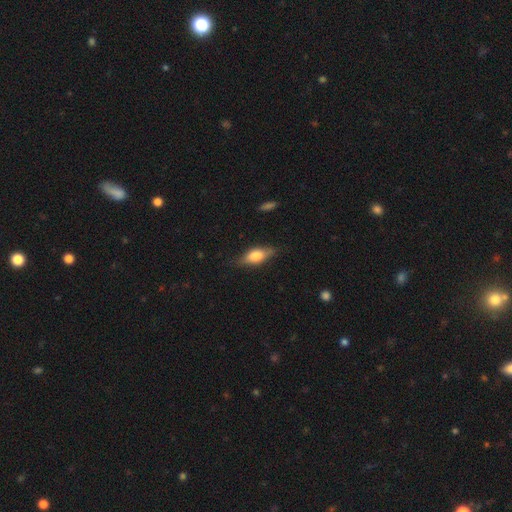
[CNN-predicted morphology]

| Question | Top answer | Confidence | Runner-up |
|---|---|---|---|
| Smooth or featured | smooth | 62% | featured or disk (31%) |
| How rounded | in between | 72% | cigar-shaped (25%) |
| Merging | none | 76% | minor disturbance (19%) |